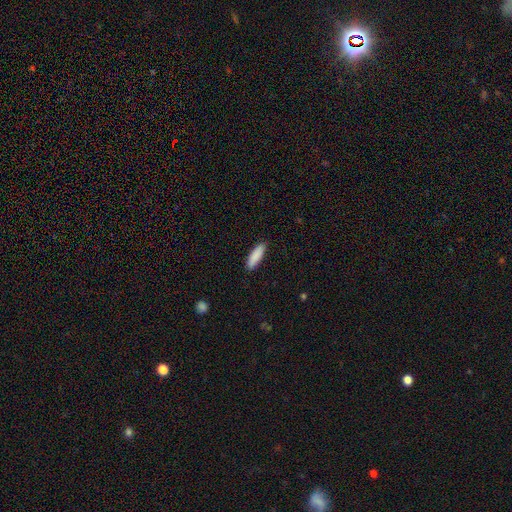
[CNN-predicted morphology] A smooth galaxy with no disk features (89%) that is cigar-shaped (60%).

Vote fractions:
- Smooth or featured? smooth: 89% / star or artifact: 6% / featured or disk: 5%
- How rounded? cigar-shaped: 60% / in between: 38% / round: 1%
- Merging? none: 89% / minor disturbance: 8% / major disturbance: 2% / merger: 1%